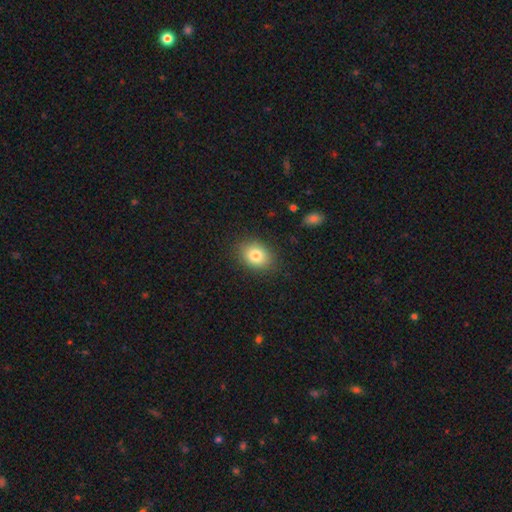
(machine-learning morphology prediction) Smooth or featured? Predicted: smooth (p=0.82). How rounded? Predicted: in between (p=0.57). Merging? Predicted: none (p=0.87).